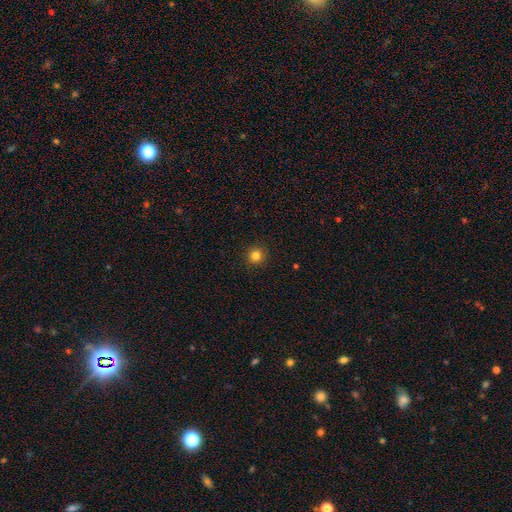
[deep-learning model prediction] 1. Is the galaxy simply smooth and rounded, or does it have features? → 83% smooth, 13% star or artifact, 5% featured or disk.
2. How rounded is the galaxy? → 95% round, 4% in between, 1% cigar-shaped.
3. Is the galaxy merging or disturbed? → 92% none, 5% minor disturbance, 2% major disturbance, 1% merger.